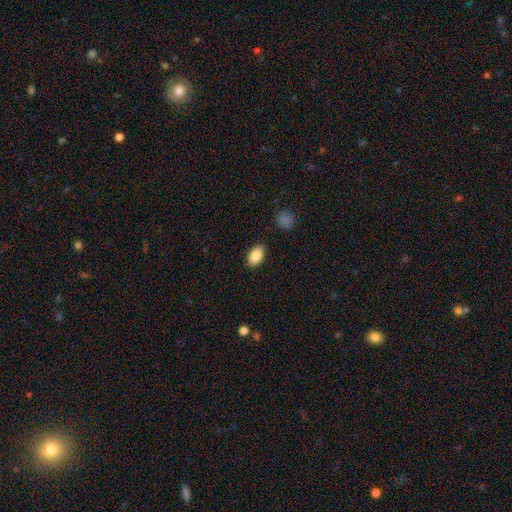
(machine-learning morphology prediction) A smooth galaxy with no disk features (87%) that is in between round and cigar-shaped (91%).

Vote fractions:
- Smooth or featured? smooth: 87% / star or artifact: 7% / featured or disk: 5%
- How rounded? in between: 91% / round: 8% / cigar-shaped: 2%
- Merging? none: 87% / minor disturbance: 9% / major disturbance: 2% / merger: 2%